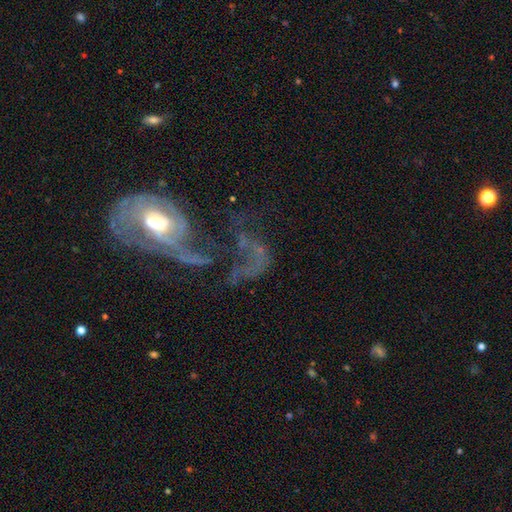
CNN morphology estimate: Smooth or featured? featured or disk (71%)
Edge-on disk? no (95%)
Bar? no (66%)
Spiral arms? yes (64%)
Bulge size? moderate (55%)
Merging? major disturbance (55%)